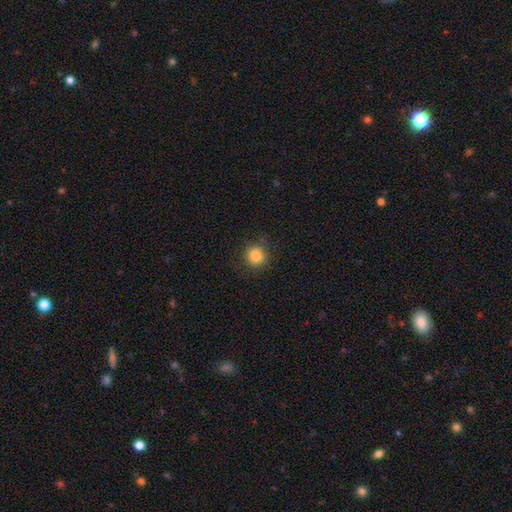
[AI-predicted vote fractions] smooth-or-featured: smooth: 85% | star or artifact: 11% | featured or disk: 5%
  how-rounded: round: 91% | in between: 9% | cigar-shaped: 1%
  merging: none: 87% | minor disturbance: 9% | major disturbance: 3% | merger: 1%